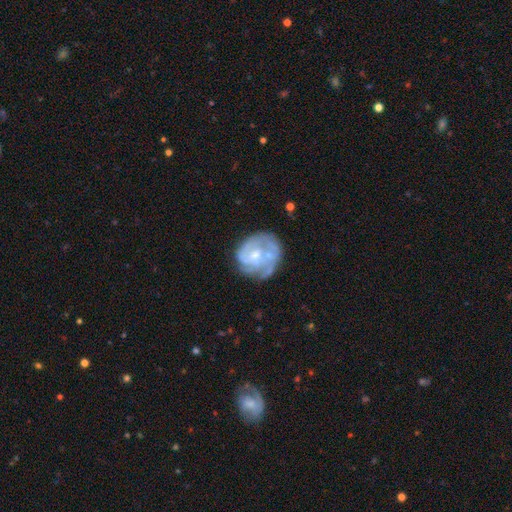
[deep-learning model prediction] smooth_or_featured: featured or disk (p=0.71) [alt: smooth p=0.22]
disk_edge_on: no (p=0.98) [alt: yes p=0.02]
bar: no (p=0.60) [alt: weak p=0.34]
has_spiral_arms: yes (p=0.73) [alt: no p=0.27]
spiral_winding: tight (p=0.54) [alt: medium p=0.32]
spiral_arm_count: can't tell (p=0.42) [alt: 2 p=0.21]
bulge_size: small (p=0.47) [alt: moderate p=0.40]
merging: none (p=0.54) [alt: minor disturbance p=0.24]